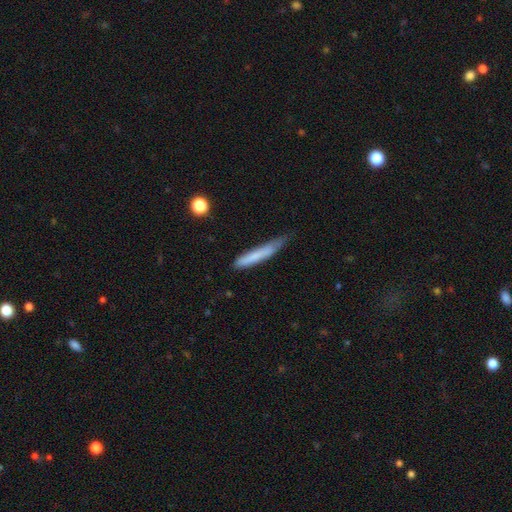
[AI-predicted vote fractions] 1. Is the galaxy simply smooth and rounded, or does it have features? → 73% smooth, 20% featured or disk, 7% star or artifact.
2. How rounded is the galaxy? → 94% cigar-shaped, 5% in between, 1% round.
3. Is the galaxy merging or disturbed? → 58% none, 33% minor disturbance, 7% major disturbance, 2% merger.